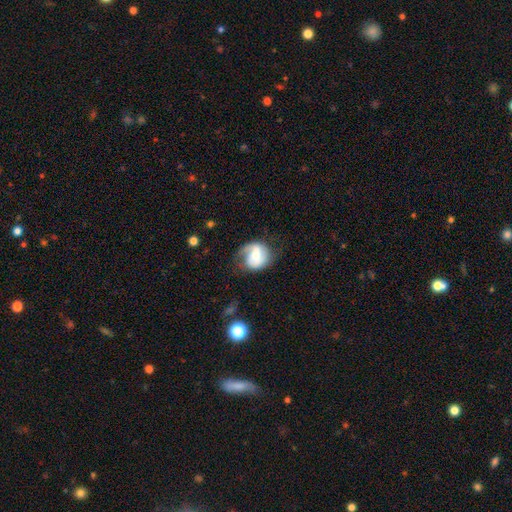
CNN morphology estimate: Smooth or featured?
  - featured or disk: 60% *
  - smooth: 33%
  - star or artifact: 7%
Edge-on disk?
  - no: 97% *
  - yes: 3%
Bar?
  - no: 41% * (tied)
  - weak: 41% * (tied)
  - strong: 18%
Spiral arms?
  - yes: 82% *
  - no: 18%
Bulge size?
  - moderate: 58% *
  - small: 34%
  - large: 5%
  - none: 2%
  - dominant: 1%
Merging?
  - none: 57% *
  - minor disturbance: 26%
  - major disturbance: 15%
  - merger: 2%